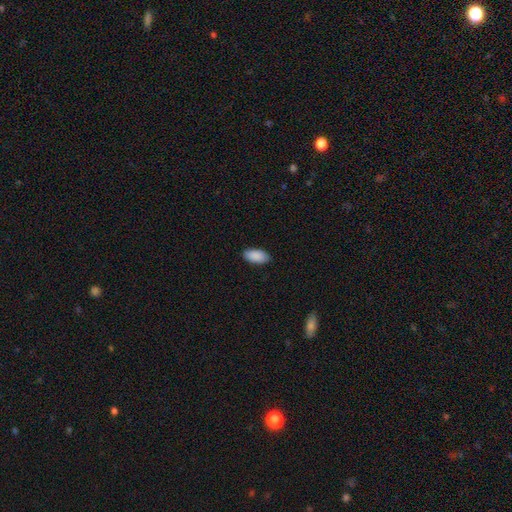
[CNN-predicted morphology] smooth-or-featured: smooth: 91% | star or artifact: 6% | featured or disk: 3%
  how-rounded: in between: 94% | cigar-shaped: 4% | round: 2%
  merging: none: 88% | minor disturbance: 9% | major disturbance: 2% | merger: 1%